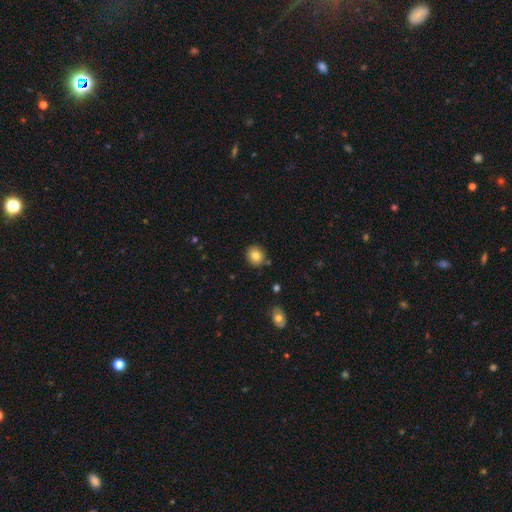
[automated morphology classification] This is clearly a smooth galaxy (81%). How rounded: clearly round (82%). Merging: clearly none (86%).